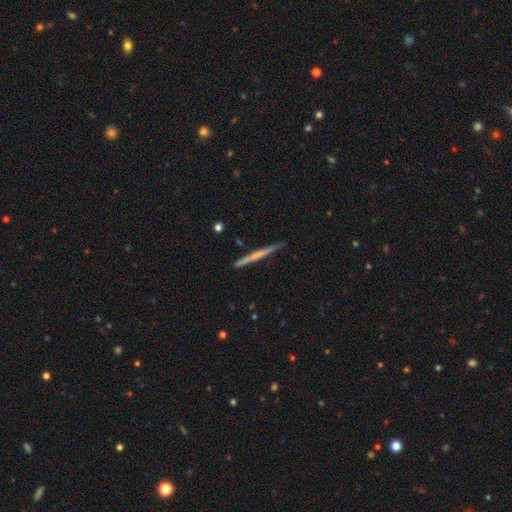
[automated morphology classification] The model was most divided on "smooth or featured": featured or disk: 52%, smooth: 43%, star or artifact: 5%. More confident: edge-on disk — yes (98%); merging — none (90%); edge-on bulge — none (79%).